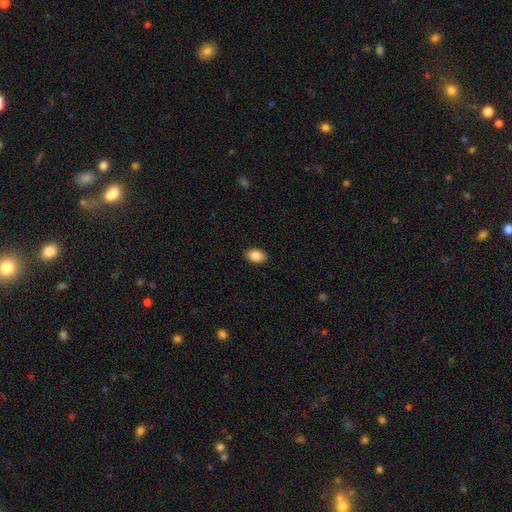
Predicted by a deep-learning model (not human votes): The model was most divided on "how rounded": in between: 84%, round: 15%, cigar-shaped: 1%. More confident: merging — none (90%); smooth or featured — smooth (86%).